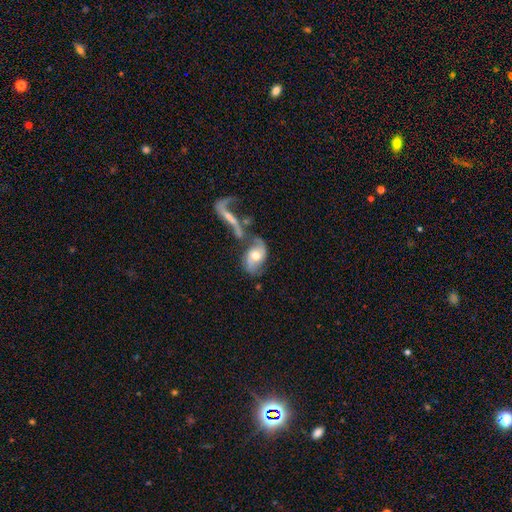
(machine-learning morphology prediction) featured or disk 63%, smooth 29%, star or artifact 7%. Down the decision tree: edge-on disk — no (93%); bar — no (64%); spiral arms — yes (78%); bulge size — moderate (76%); merging — none (37%).